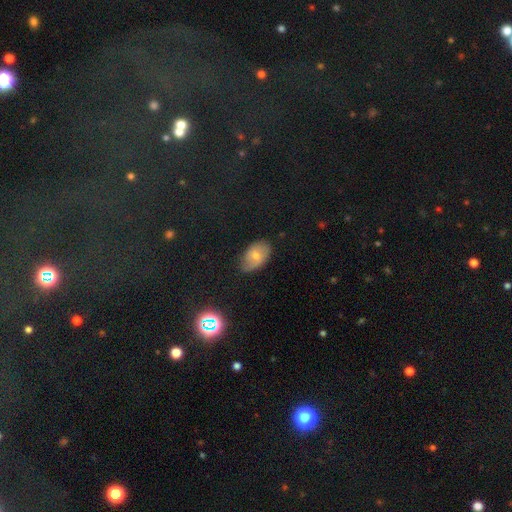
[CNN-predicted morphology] A smooth galaxy with no disk features (63%) that is in between round and cigar-shaped (89%).

Vote fractions:
- Smooth or featured? smooth: 63% / featured or disk: 26% / star or artifact: 11%
- How rounded? in between: 89% / round: 9% / cigar-shaped: 1%
- Merging? none: 66% / minor disturbance: 27% / major disturbance: 5% / merger: 1%